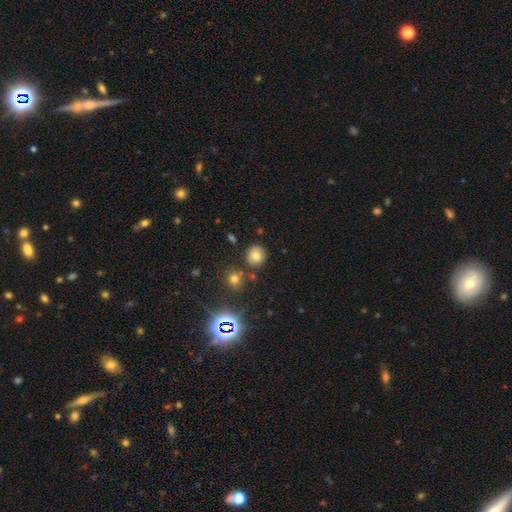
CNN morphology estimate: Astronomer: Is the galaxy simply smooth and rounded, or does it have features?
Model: smooth — 74%.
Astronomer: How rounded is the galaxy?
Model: round — 89%.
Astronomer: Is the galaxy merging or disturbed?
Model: none — 82%.